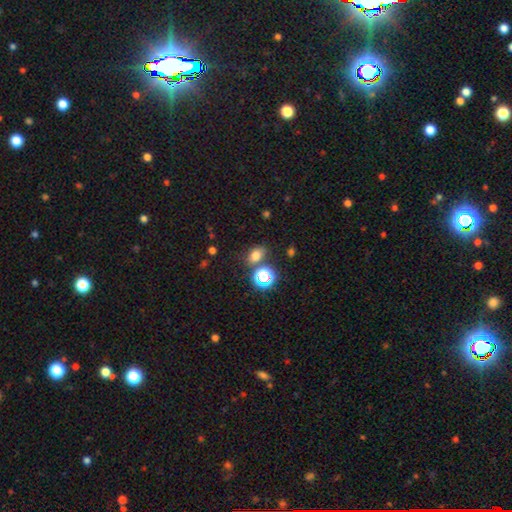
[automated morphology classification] This appears to be a smooth galaxy with no disk features (68%) that is in between round and cigar-shaped (69%). Merging: none (74%).